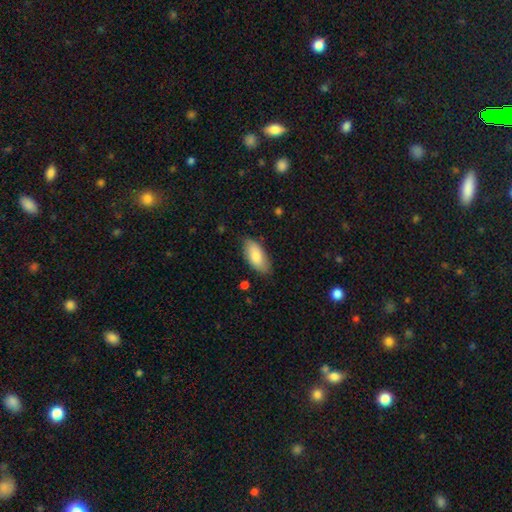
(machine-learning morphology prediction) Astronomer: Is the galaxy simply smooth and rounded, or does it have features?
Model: smooth — 81%.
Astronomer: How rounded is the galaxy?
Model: in between — 92%.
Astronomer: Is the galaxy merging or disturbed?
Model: none — 78%.